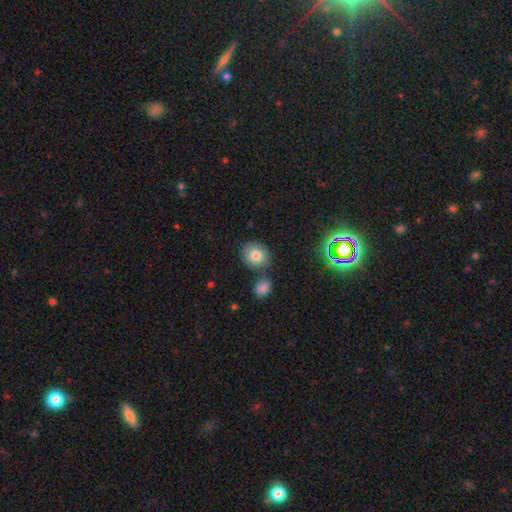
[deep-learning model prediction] A smooth galaxy with no disk features (81%) that is round (65%).

Vote fractions:
- Smooth or featured? smooth: 81% / star or artifact: 10% / featured or disk: 9%
- How rounded? round: 65% / in between: 34% / cigar-shaped: 1%
- Merging? none: 72% / merger: 14% / minor disturbance: 11% / major disturbance: 3%